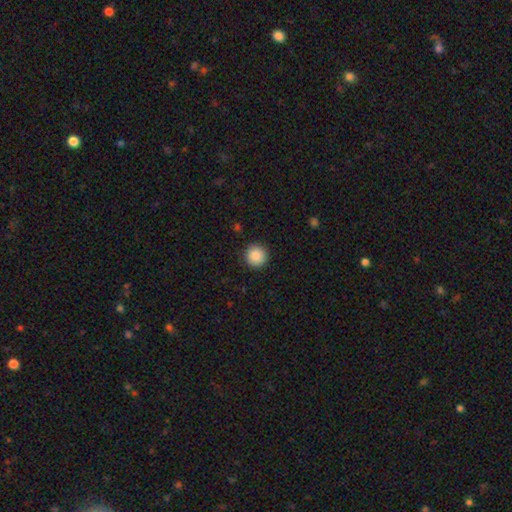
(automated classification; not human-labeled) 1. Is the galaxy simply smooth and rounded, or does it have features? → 89% smooth, 9% star or artifact, 3% featured or disk.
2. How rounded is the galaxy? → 96% round, 4% in between, 1% cigar-shaped.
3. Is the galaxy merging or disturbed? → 92% none, 5% minor disturbance, 2% major disturbance, 1% merger.